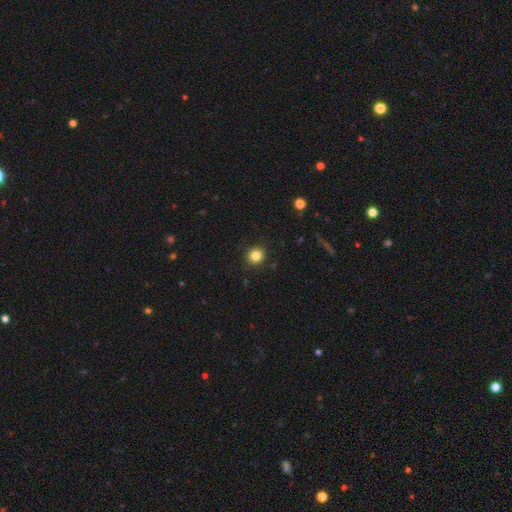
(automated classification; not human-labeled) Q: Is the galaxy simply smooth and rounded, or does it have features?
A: smooth — 83%.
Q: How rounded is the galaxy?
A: round — 89%.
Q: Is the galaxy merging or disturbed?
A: none — 91%.